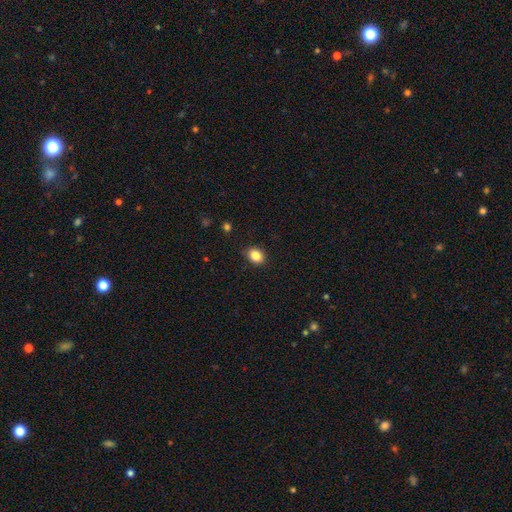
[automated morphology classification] Smooth or featured? smooth (86%)
How rounded? in between (58%)
Merging? none (88%)